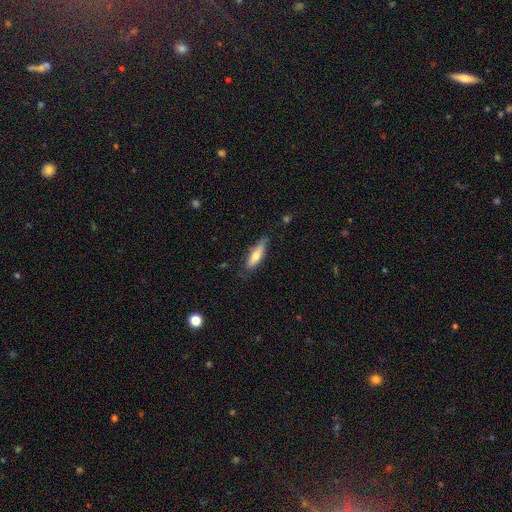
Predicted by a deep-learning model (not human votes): Smooth or featured? smooth (68%)
How rounded? cigar-shaped (56%)
Merging? none (70%)